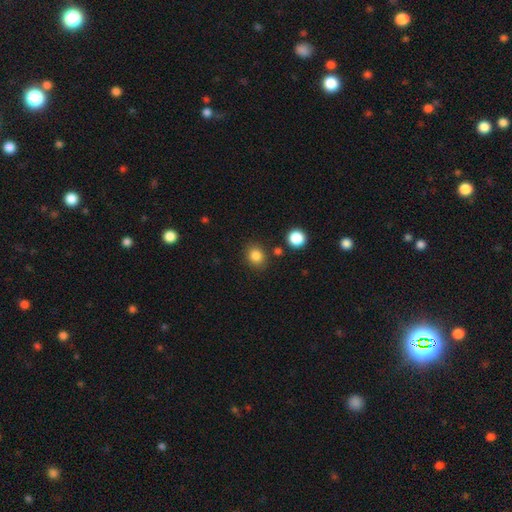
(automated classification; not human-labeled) Overall: smooth (84%). How rounded: round (73%). Merging: none (83%).